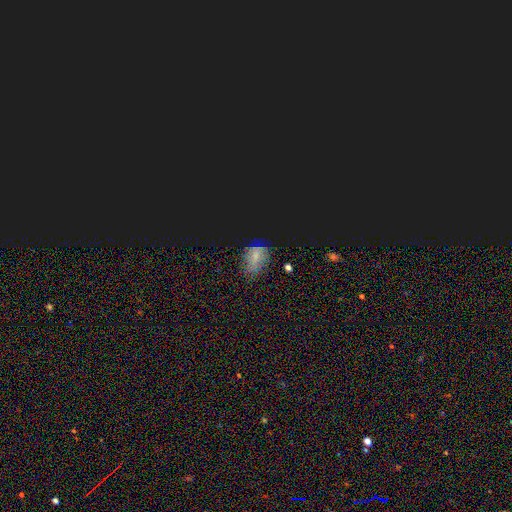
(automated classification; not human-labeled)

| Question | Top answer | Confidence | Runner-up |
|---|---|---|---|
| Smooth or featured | star or artifact | 51% | smooth (39%) |